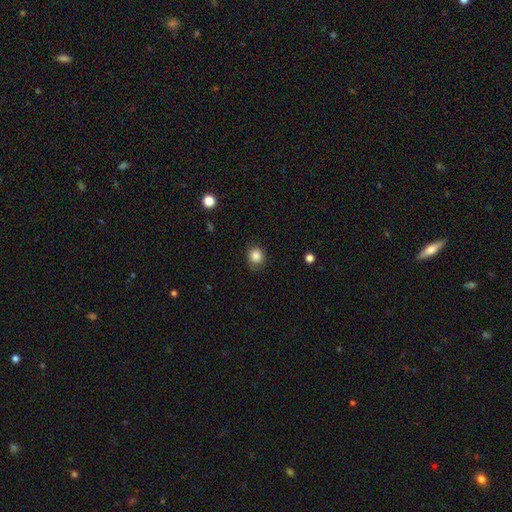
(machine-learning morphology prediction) A smooth galaxy with no disk features (85%) that is round (77%).

Vote fractions:
- Smooth or featured? smooth: 85% / star or artifact: 10% / featured or disk: 4%
- How rounded? round: 77% / in between: 22% / cigar-shaped: 1%
- Merging? none: 83% / minor disturbance: 13% / major disturbance: 3% / merger: 1%